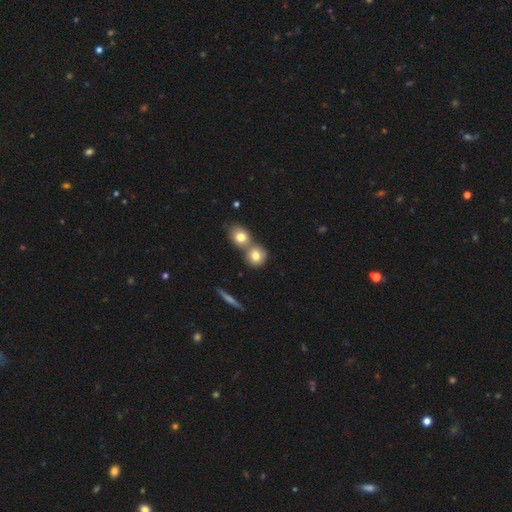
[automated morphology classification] Smooth or featured?
  - smooth: 77% *
  - featured or disk: 13%
  - star or artifact: 10%
How rounded?
  - round: 79% *
  - in between: 19%
  - cigar-shaped: 2%
Merging?
  - merger: 46% *
  - none: 44%
  - minor disturbance: 7%
  - major disturbance: 3%